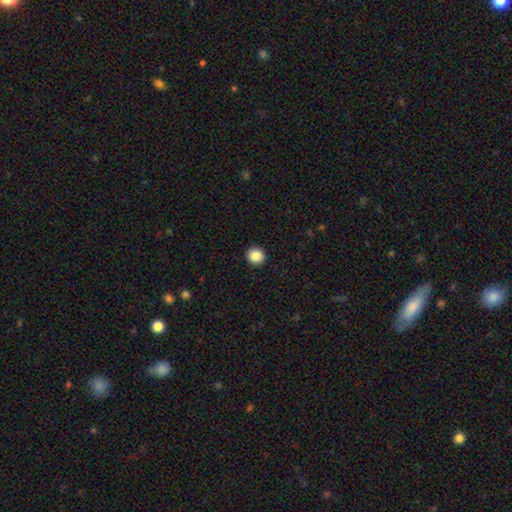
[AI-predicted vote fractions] Q: Smooth or featured?
A: smooth (87%); runner-up: star or artifact (9%)
Q: How rounded?
A: round (92%); runner-up: in between (7%)
Q: Merging?
A: none (93%); runner-up: minor disturbance (4%)